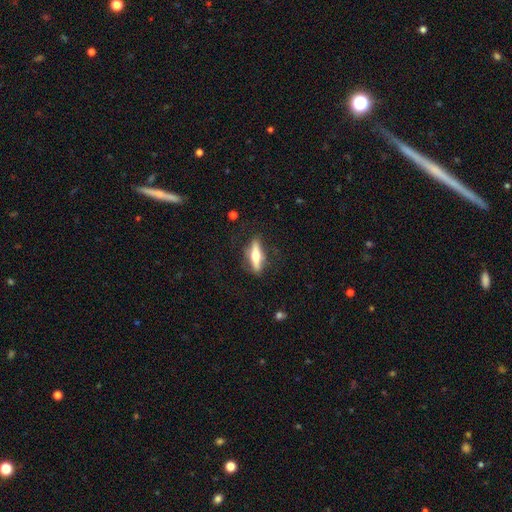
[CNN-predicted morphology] Q: Smooth or featured?
A: featured or disk (53%); runner-up: smooth (41%)
Q: Edge-on disk?
A: yes (89%); runner-up: no (11%)
Q: Merging?
A: none (79%); runner-up: minor disturbance (14%)